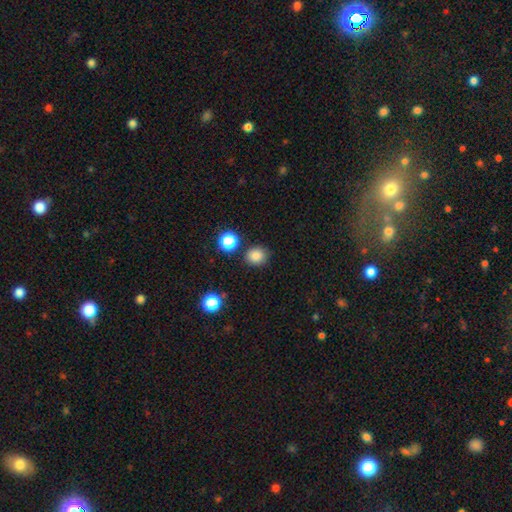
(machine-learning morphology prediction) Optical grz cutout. It shows a smooth galaxy with no disk features (84%) that is round (81%). Merging: none (84%).